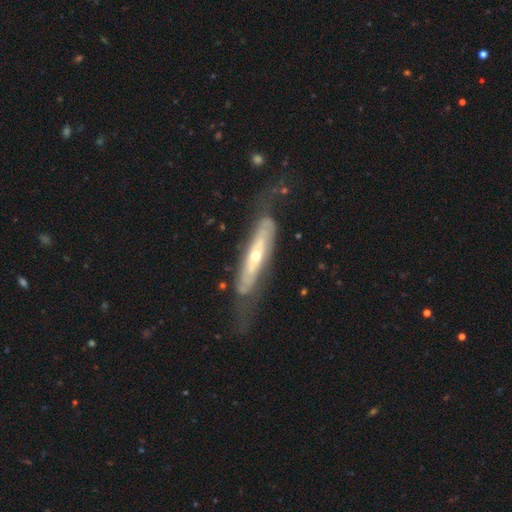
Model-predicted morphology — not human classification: The model was most divided on "edge-on disk": no: 61%, yes: 39%. More confident: smooth or featured — featured or disk (76%); merging — none (60%).